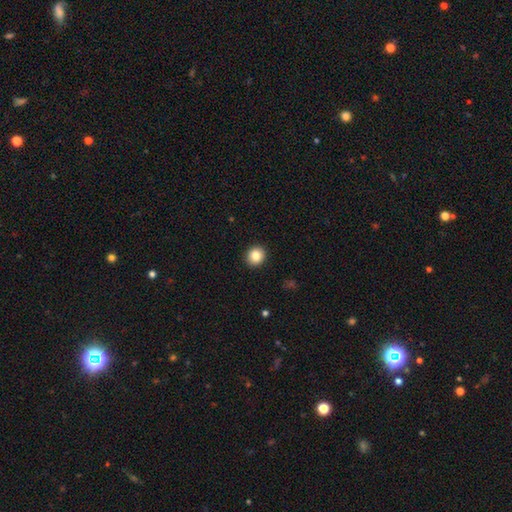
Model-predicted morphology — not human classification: Q: Smooth or featured?
A: smooth (84%); runner-up: star or artifact (10%)
Q: How rounded?
A: round (84%); runner-up: in between (15%)
Q: Merging?
A: none (93%); runner-up: minor disturbance (5%)